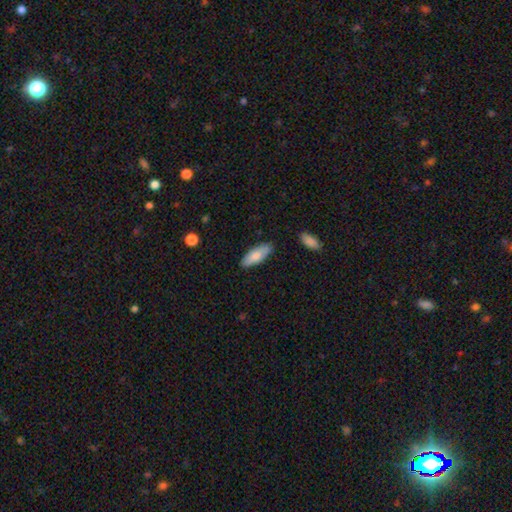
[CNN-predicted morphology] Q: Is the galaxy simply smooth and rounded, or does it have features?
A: smooth — 78%.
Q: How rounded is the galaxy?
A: in between — 71%.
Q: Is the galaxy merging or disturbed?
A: none — 85%.